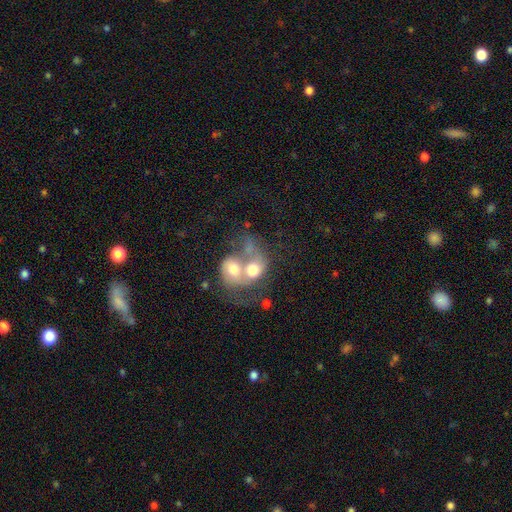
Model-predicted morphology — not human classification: smooth_or_featured: featured or disk (p=0.55) [alt: smooth p=0.35]
disk_edge_on: no (p=0.97) [alt: yes p=0.03]
bar: no (p=0.79) [alt: weak p=0.17]
has_spiral_arms: no (p=0.53) [alt: yes p=0.47]
bulge_size: moderate (p=0.53) [alt: large p=0.20]
merging: merger (p=0.79) [alt: none p=0.09]